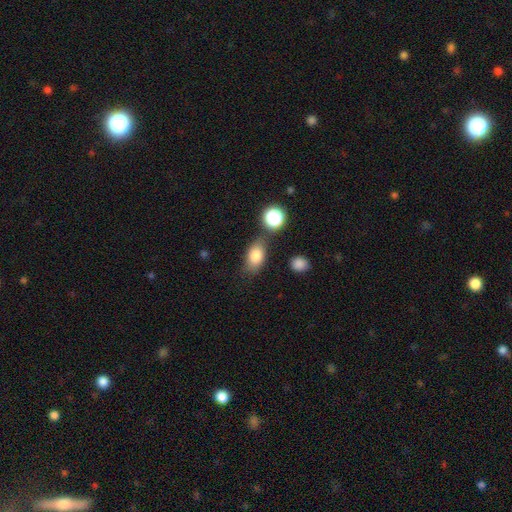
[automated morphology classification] smooth 80%, featured or disk 10%, star or artifact 10%. Down the decision tree: how rounded — in between (84%); merging — none (70%).